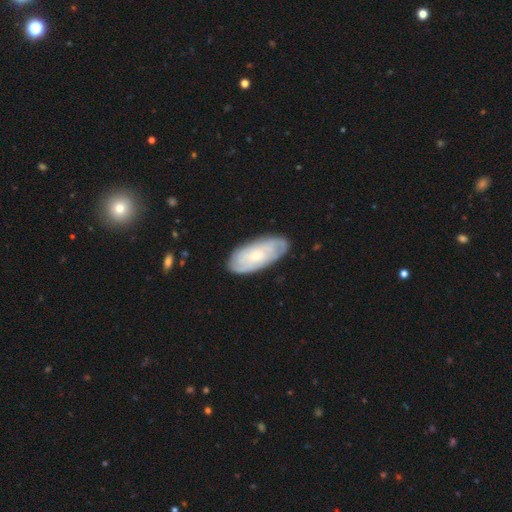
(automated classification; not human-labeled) Morphology: type=featured or disk (60%); edge-on=no (91%); bar=no (80%); spiral arms=yes (82%); bulge=small (70%); merging=none (82%).